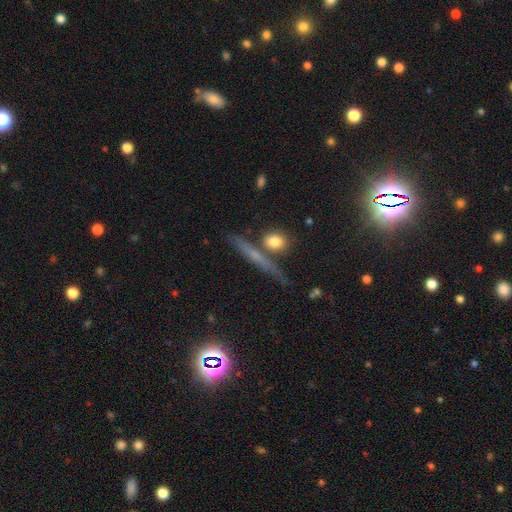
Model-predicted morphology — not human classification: type=smooth (41%); merging=none (79%).